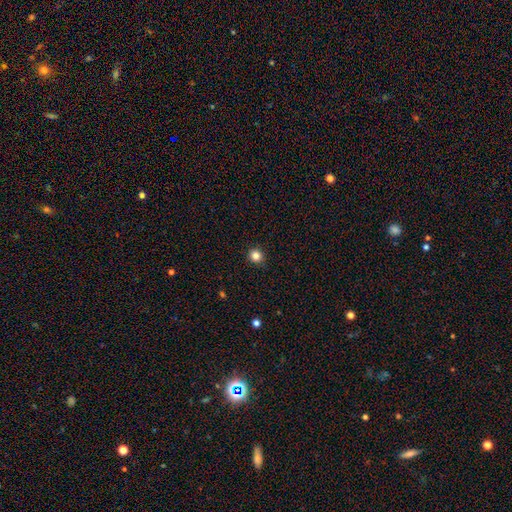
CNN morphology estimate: A smooth galaxy with no disk features (84%) that is round (91%). Merging: none (92%).